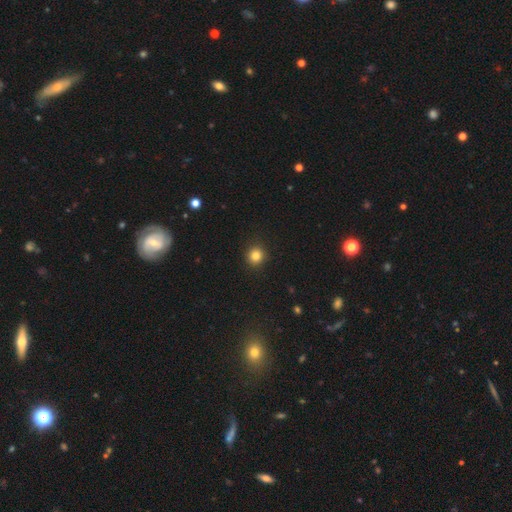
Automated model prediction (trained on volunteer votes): A smooth galaxy with no disk features (83%) that is round (93%). Merging: none (92%).